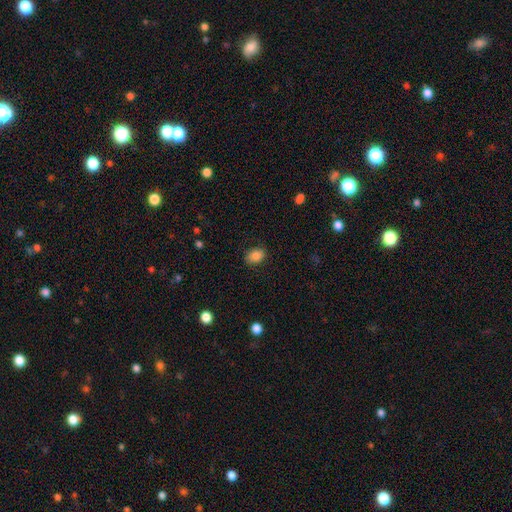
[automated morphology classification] This appears to be a smooth galaxy with no disk features (84%) that is in between round and cigar-shaped (65%). Merging: none (82%).